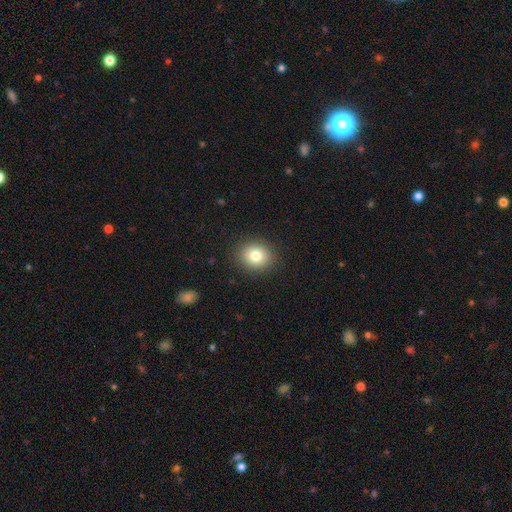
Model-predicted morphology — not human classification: The model was most divided on "how rounded": round: 73%, in between: 27%, cigar-shaped: 1%. More confident: merging — none (89%); smooth or featured — smooth (81%).